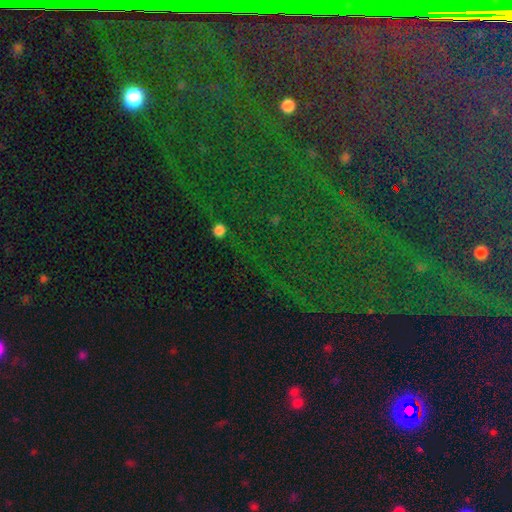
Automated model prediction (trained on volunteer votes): star or artifact 83%, smooth 10%, featured or disk 8%.